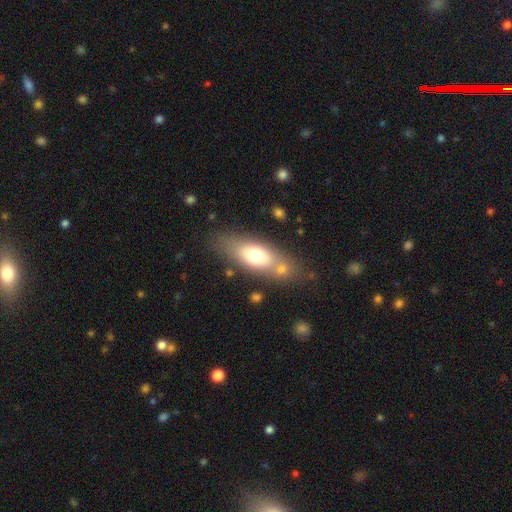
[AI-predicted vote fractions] smooth 66%, featured or disk 26%, star or artifact 8%. Down the decision tree: how rounded — in between (72%); merging — none (64%).